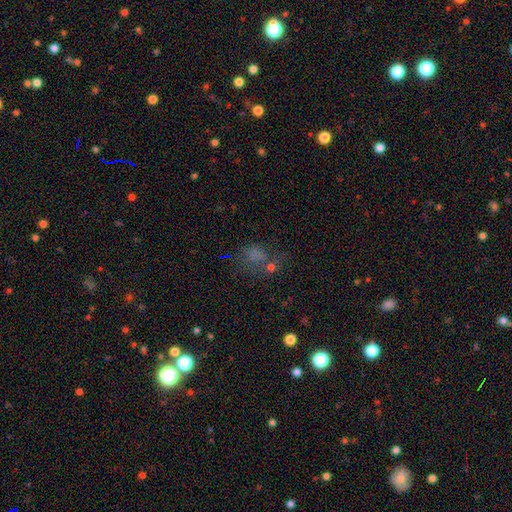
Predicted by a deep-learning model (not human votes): A smooth galaxy with no disk features (52%) that is in between round and cigar-shaped (53%).

Vote fractions:
- Smooth or featured? smooth: 52% / star or artifact: 28% / featured or disk: 20%
- How rounded? in between: 53% / round: 45% / cigar-shaped: 2%
- Merging? none: 41% / major disturbance: 25% / minor disturbance: 18% / merger: 16%